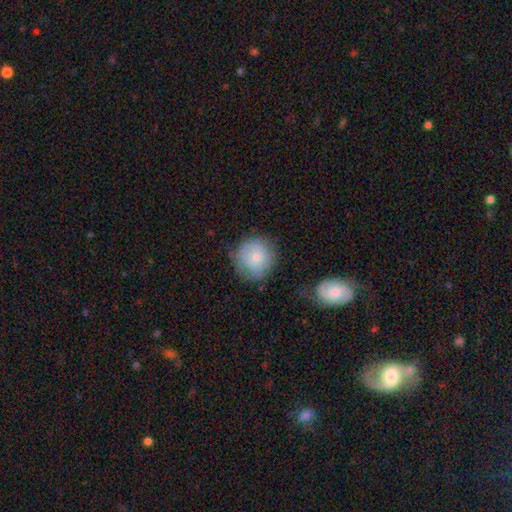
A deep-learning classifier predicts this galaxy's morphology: This appears to be a smooth galaxy with no disk features (77%) that is round (90%). Merging: none (68%).